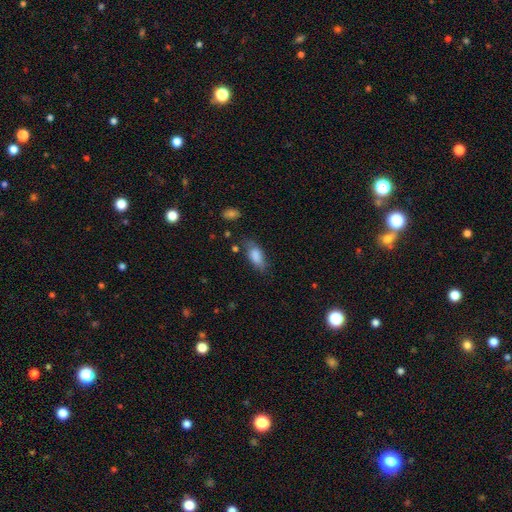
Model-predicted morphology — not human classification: Smooth or featured?
  - smooth: 82% *
  - featured or disk: 10%
  - star or artifact: 8%
How rounded?
  - in between: 83% *
  - cigar-shaped: 14%
  - round: 3%
Merging?
  - none: 63% *
  - minor disturbance: 26%
  - major disturbance: 8%
  - merger: 3%